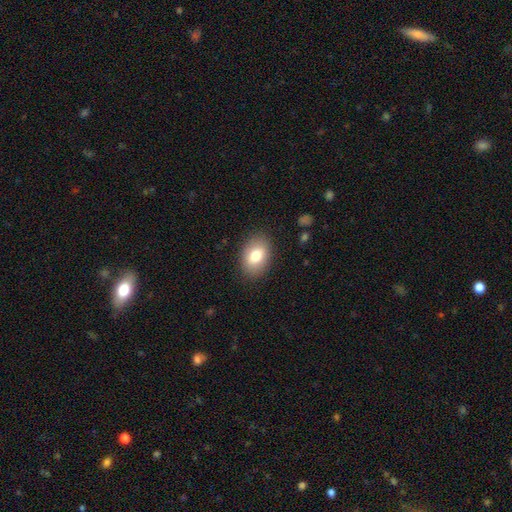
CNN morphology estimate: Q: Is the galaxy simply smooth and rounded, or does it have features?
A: smooth — 80%.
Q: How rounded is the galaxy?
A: in between — 82%.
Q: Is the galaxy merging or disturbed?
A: none — 86%.